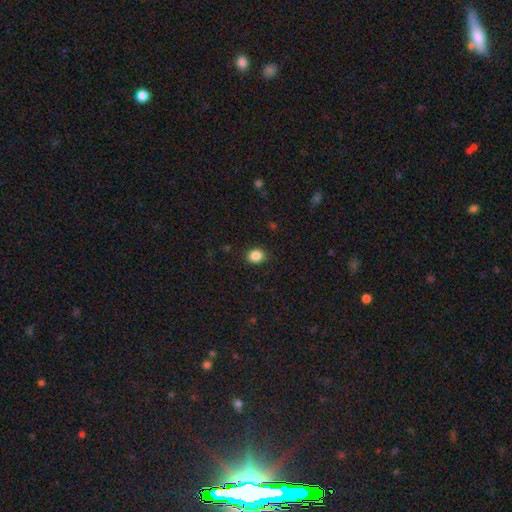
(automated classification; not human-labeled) smooth 87%, star or artifact 10%, featured or disk 3%. Down the decision tree: how rounded — round (58%); merging — none (89%).